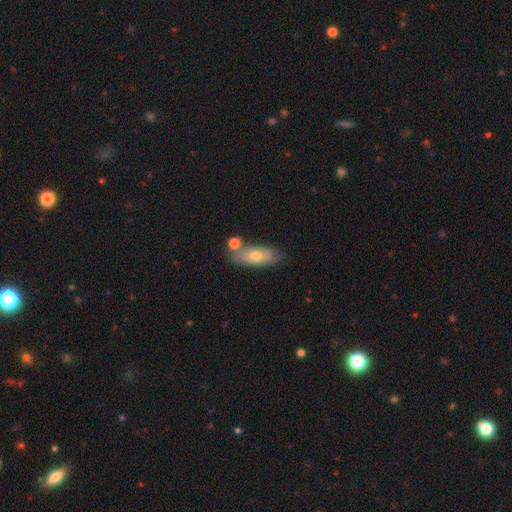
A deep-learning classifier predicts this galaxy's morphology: This is likely a smooth galaxy (69%). How rounded: likely in between (74%). Merging: likely none (67%).